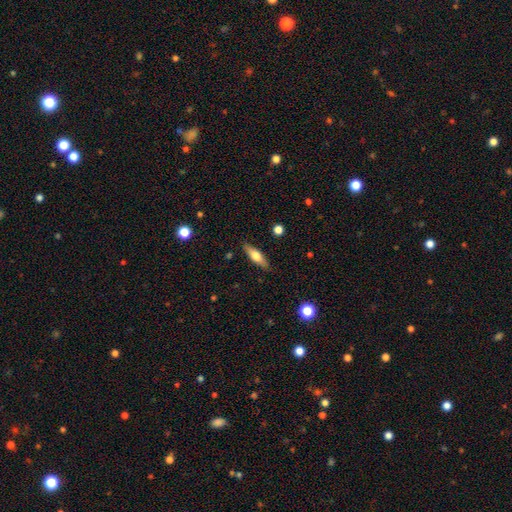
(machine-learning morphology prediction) smooth_or_featured: smooth (p=0.58) [alt: featured or disk p=0.36]
how_rounded: cigar-shaped (p=0.59) [alt: in between p=0.39]
merging: none (p=0.87) [alt: minor disturbance p=0.10]